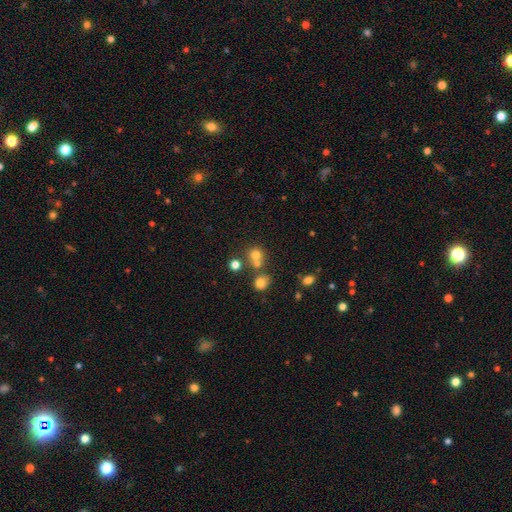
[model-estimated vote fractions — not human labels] The model was most divided on "merging": none: 55%, merger: 33%, minor disturbance: 8%, major disturbance: 4%. More confident: how rounded — round (87%); smooth or featured — smooth (72%).